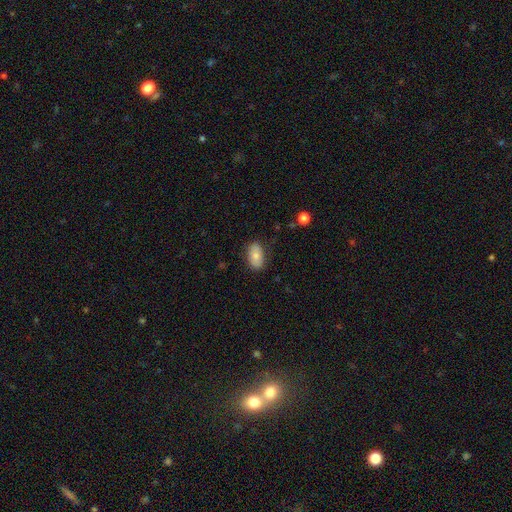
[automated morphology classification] smooth 78%, featured or disk 15%, star or artifact 7%. Down the decision tree: how rounded — in between (92%); merging — none (82%).